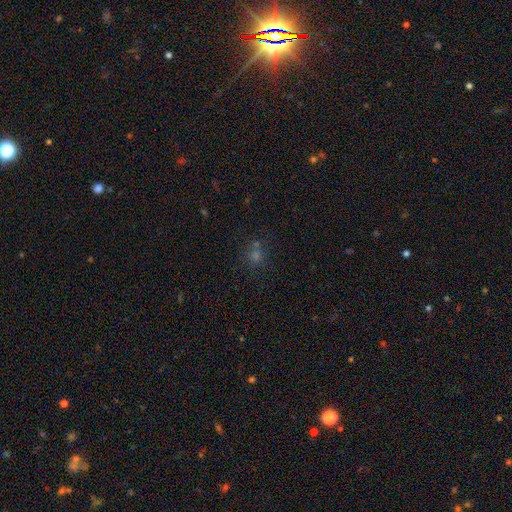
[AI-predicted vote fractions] Q: Smooth or featured?
A: smooth (53%); runner-up: star or artifact (38%)
Q: How rounded?
A: round (85%); runner-up: in between (14%)
Q: Merging?
A: none (66%); runner-up: merger (19%)